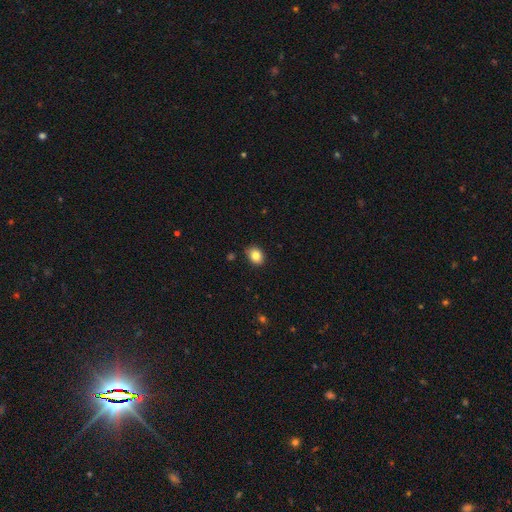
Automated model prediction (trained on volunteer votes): A smooth galaxy with no disk features (84%) that is in between round and cigar-shaped (57%).

Vote fractions:
- Smooth or featured? smooth: 84% / star or artifact: 9% / featured or disk: 7%
- How rounded? in between: 57% / round: 42% / cigar-shaped: 1%
- Merging? none: 85% / minor disturbance: 12% / major disturbance: 2% / merger: 2%